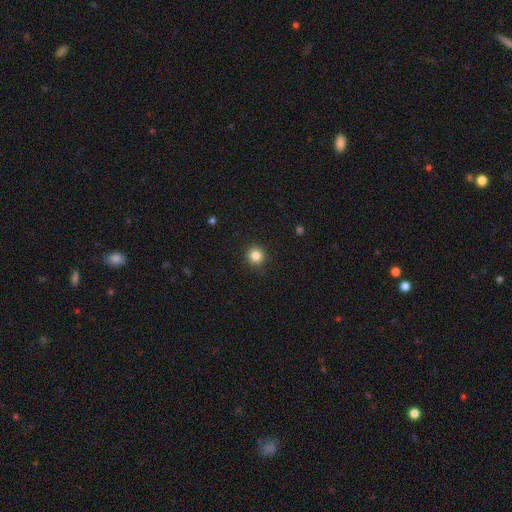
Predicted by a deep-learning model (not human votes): Q: Smooth or featured?
A: smooth (84%); runner-up: star or artifact (11%)
Q: How rounded?
A: round (95%); runner-up: in between (5%)
Q: Merging?
A: none (92%); runner-up: minor disturbance (5%)